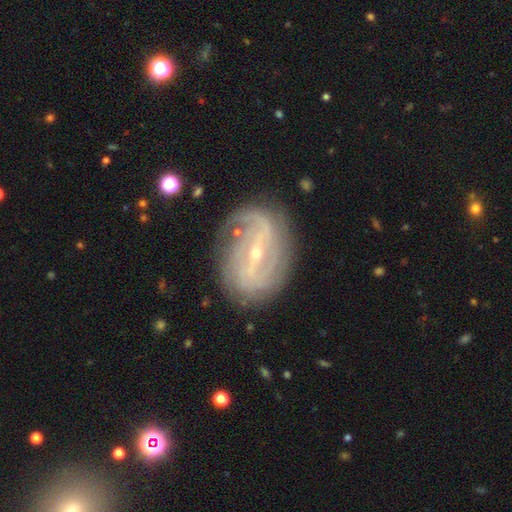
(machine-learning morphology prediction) Overall: featured or disk (85%). Edge-on disk: no (95%). Bar: strong (45%; weak 39%). Spiral arms: yes (93%). Spiral arm count: 2 (49%; can't tell 24%). Spiral winding: tight (39%; medium 37%). Bulge size: small (74%). Merging: none (75%).